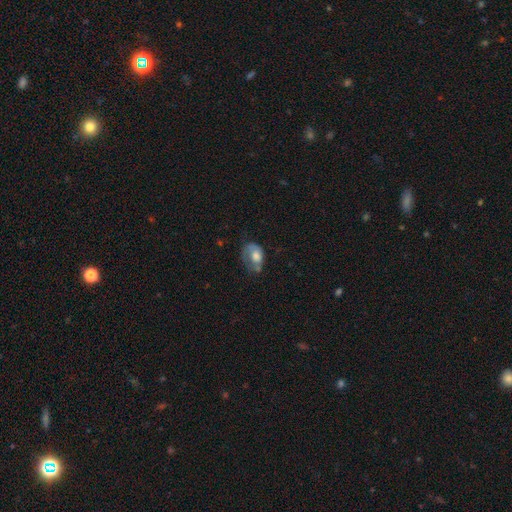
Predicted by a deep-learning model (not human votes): The model was most divided on "merging": major disturbance: 33%, none: 31%, minor disturbance: 30%, merger: 6%. More confident: how rounded — in between (67%); smooth or featured — smooth (54%).